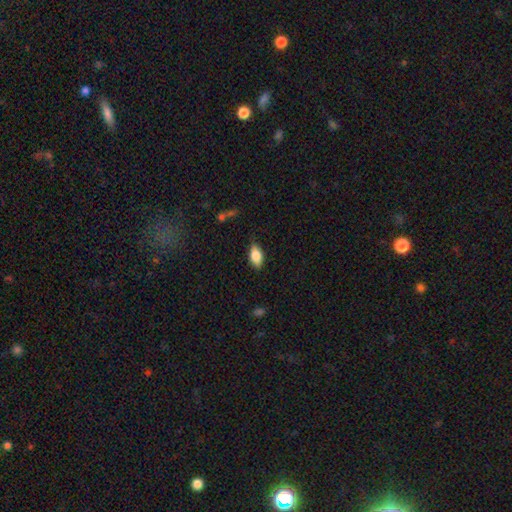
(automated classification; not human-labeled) This appears to be a smooth galaxy with no disk features (83%) that is in between round and cigar-shaped (91%). Merging: none (82%).